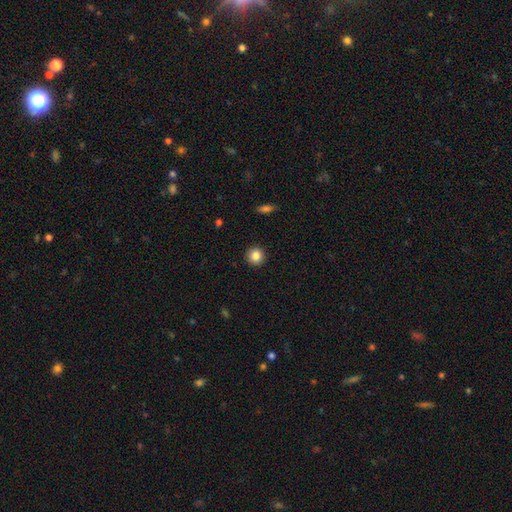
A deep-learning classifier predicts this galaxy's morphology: Smooth or featured: smooth — 85% (star or artifact — 10%)
How rounded: round — 93% (in between — 6%)
Merging: none — 92% (minor disturbance — 5%)